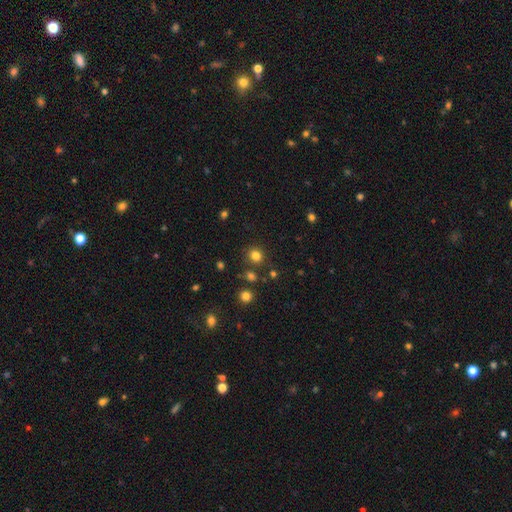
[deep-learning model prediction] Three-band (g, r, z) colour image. It shows a smooth galaxy with no disk features (80%) that is round (86%). Merging: none (83%).